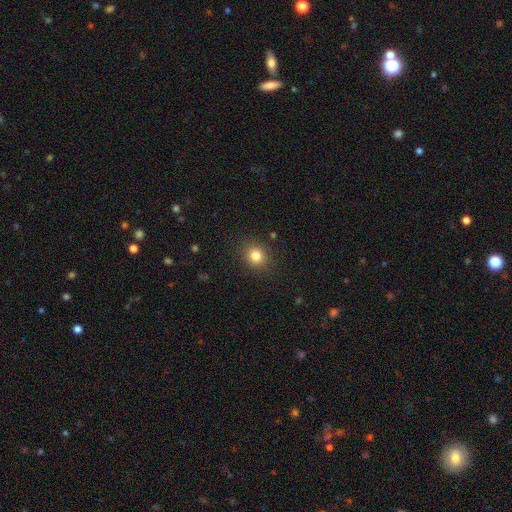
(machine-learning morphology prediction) Overall: smooth (82%). How rounded: round (76%). Merging: none (88%).